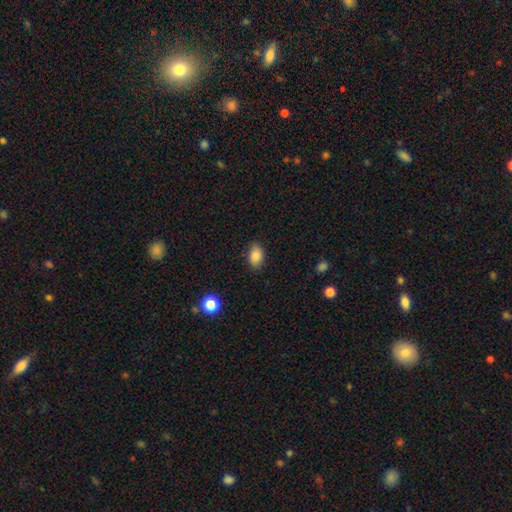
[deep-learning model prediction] smooth_or_featured: smooth (p=0.85) [alt: star or artifact p=0.08]
how_rounded: in between (p=0.85) [alt: round p=0.14]
merging: none (p=0.83) [alt: minor disturbance p=0.14]